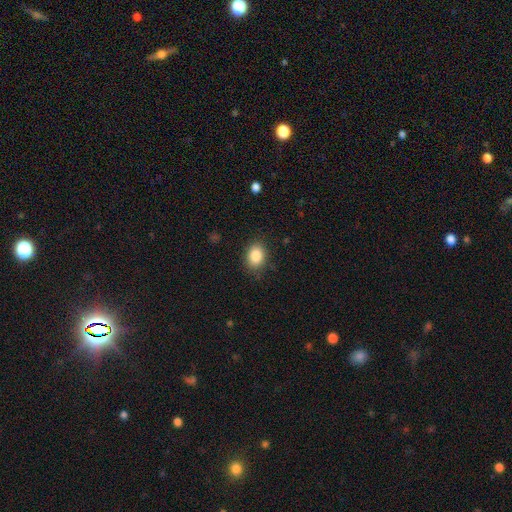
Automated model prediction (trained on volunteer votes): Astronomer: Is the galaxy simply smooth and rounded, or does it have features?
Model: smooth — 86%.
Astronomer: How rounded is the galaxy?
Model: in between — 69%.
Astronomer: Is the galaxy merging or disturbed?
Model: none — 84%.